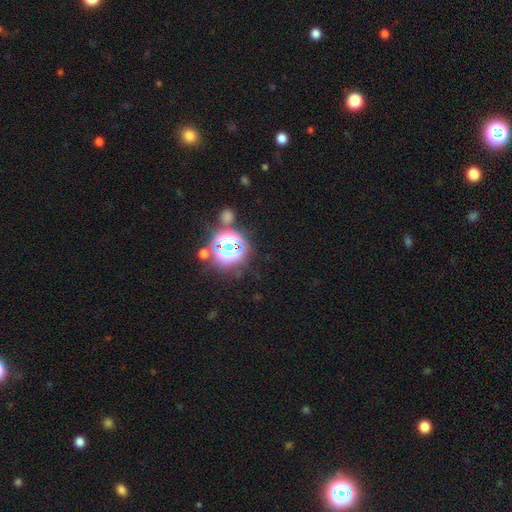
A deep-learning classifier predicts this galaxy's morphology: Q: Smooth or featured?
A: star or artifact (79%); runner-up: smooth (15%)